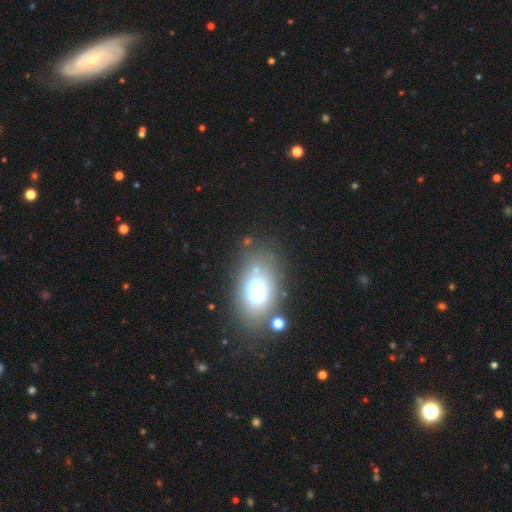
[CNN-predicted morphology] smooth 53%, featured or disk 25%, star or artifact 21%. Down the decision tree: how rounded — in between (81%); merging — none (79%).